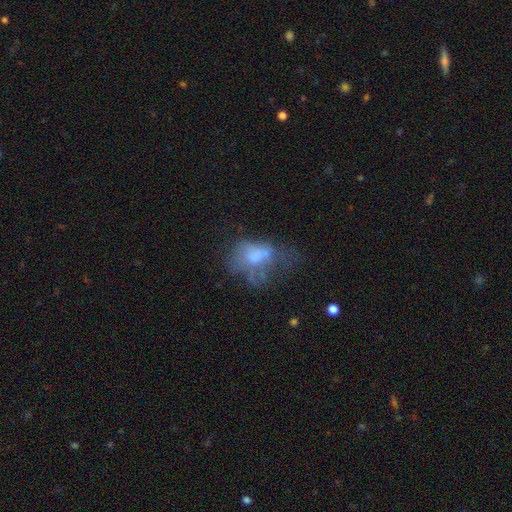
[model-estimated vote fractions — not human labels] This appears to be a smooth galaxy with no disk features (48%). Merging: major disturbance (43%).